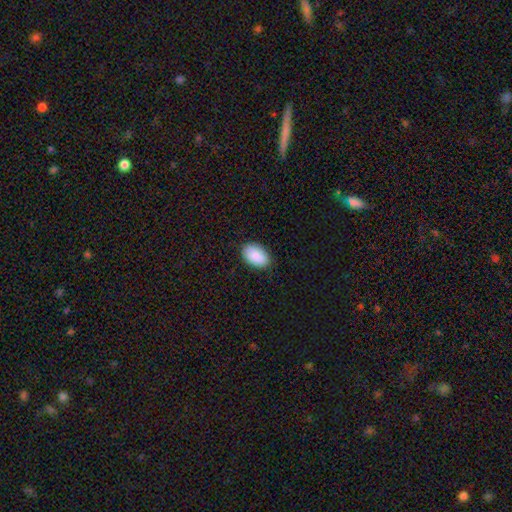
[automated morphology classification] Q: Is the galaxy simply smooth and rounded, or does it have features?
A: smooth — 90%.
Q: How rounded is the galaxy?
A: in between — 92%.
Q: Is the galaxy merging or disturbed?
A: none — 86%.